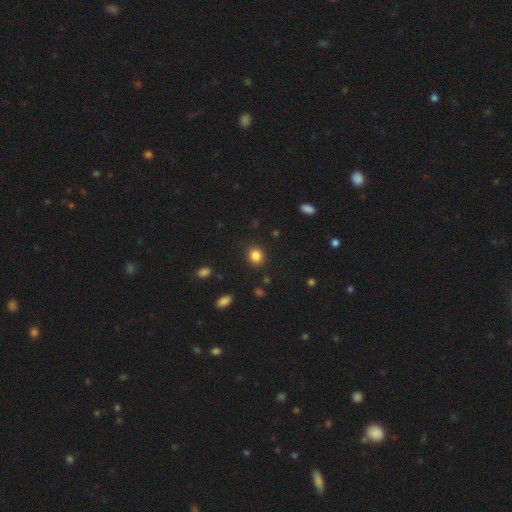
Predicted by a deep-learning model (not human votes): Smooth or featured? smooth (85%)
How rounded? round (83%)
Merging? none (89%)